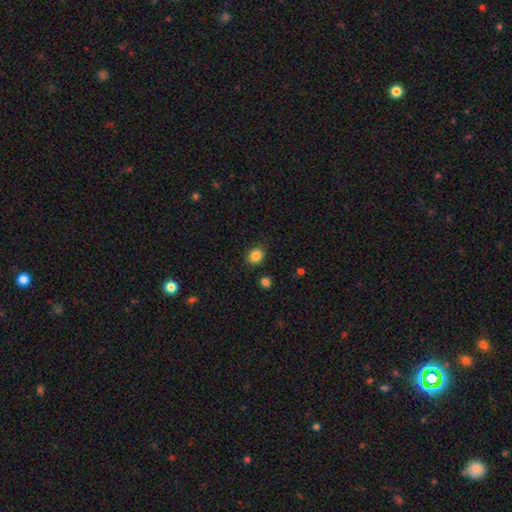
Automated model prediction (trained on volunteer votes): A smooth galaxy with no disk features (86%) that is round (69%). Merging: none (86%).